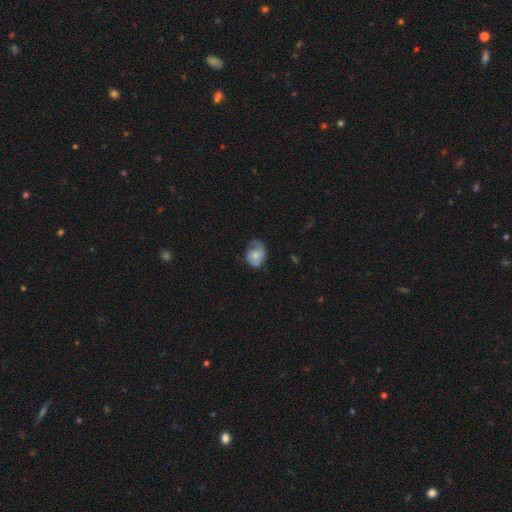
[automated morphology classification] Smooth or featured? Predicted: smooth (p=0.59). How rounded? Predicted: in between (p=0.60). Merging? Predicted: none (p=0.47).